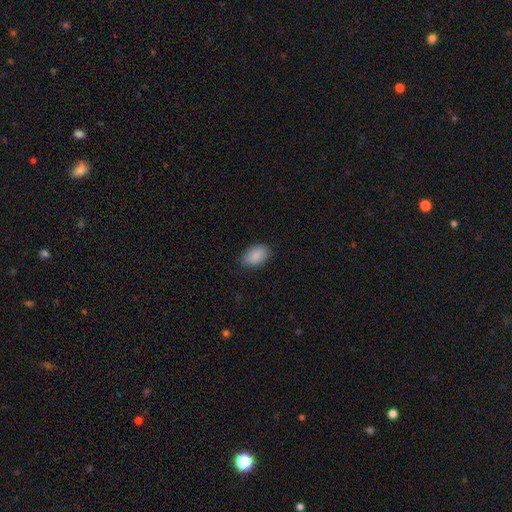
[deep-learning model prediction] A smooth galaxy with no disk features (89%) that is in between round and cigar-shaped (91%).

Vote fractions:
- Smooth or featured? smooth: 89% / star or artifact: 6% / featured or disk: 5%
- How rounded? in between: 91% / round: 8% / cigar-shaped: 1%
- Merging? none: 83% / minor disturbance: 13% / major disturbance: 3% / merger: 1%